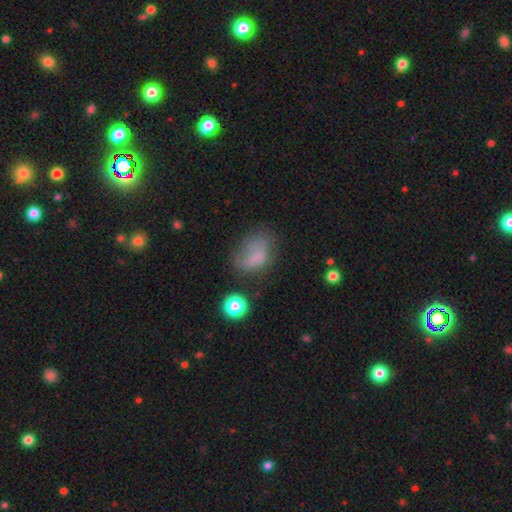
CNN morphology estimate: The model was most divided on "merging": none: 40%, minor disturbance: 30%, major disturbance: 25%, merger: 5%. More confident: how rounded — in between (80%); smooth or featured — smooth (68%).